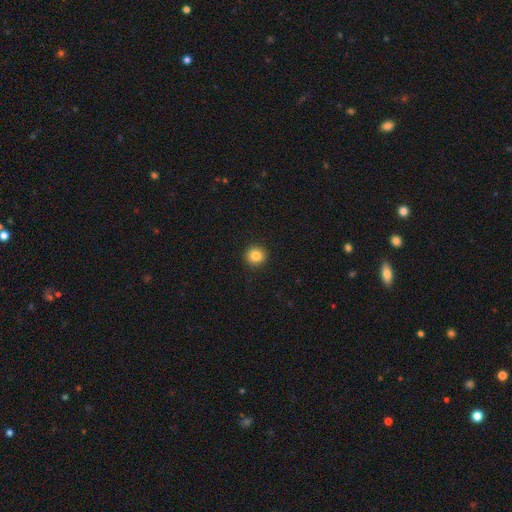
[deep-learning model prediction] smooth_or_featured: smooth (p=0.85) [alt: star or artifact p=0.10]
how_rounded: round (p=0.93) [alt: in between p=0.06]
merging: none (p=0.93) [alt: minor disturbance p=0.05]